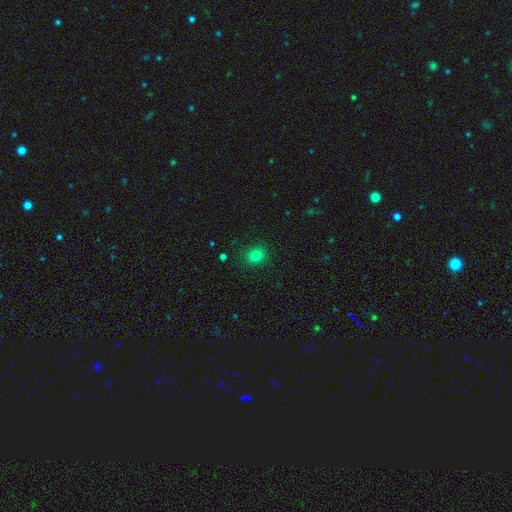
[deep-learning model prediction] Smooth or featured?
  - smooth: 80% *
  - star or artifact: 15%
  - featured or disk: 5%
How rounded?
  - round: 75% *
  - in between: 24%
  - cigar-shaped: 1%
Merging?
  - none: 88% *
  - minor disturbance: 9%
  - major disturbance: 2%
  - merger: 1%